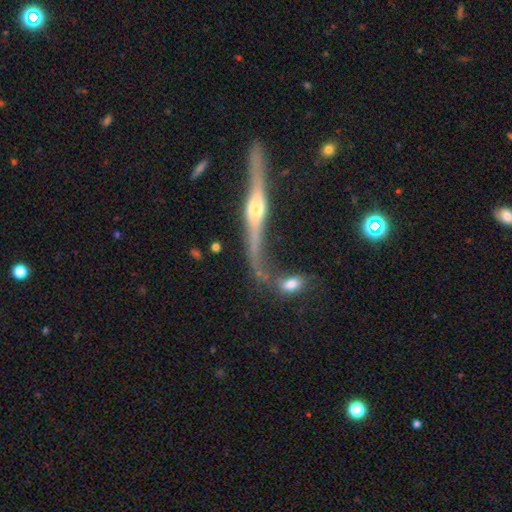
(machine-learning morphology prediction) type=featured or disk (82%); edge-on=yes (83%); edge-on bulge=rounded (94%); merging=none (50%).